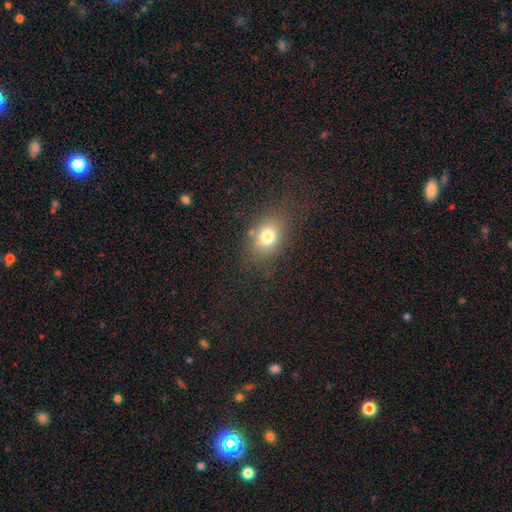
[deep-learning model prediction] Smooth or featured?
  - smooth: 70% *
  - star or artifact: 20%
  - featured or disk: 11%
How rounded?
  - in between: 58% *
  - round: 39%
  - cigar-shaped: 3%
Merging?
  - none: 80% *
  - minor disturbance: 13%
  - major disturbance: 5%
  - merger: 2%